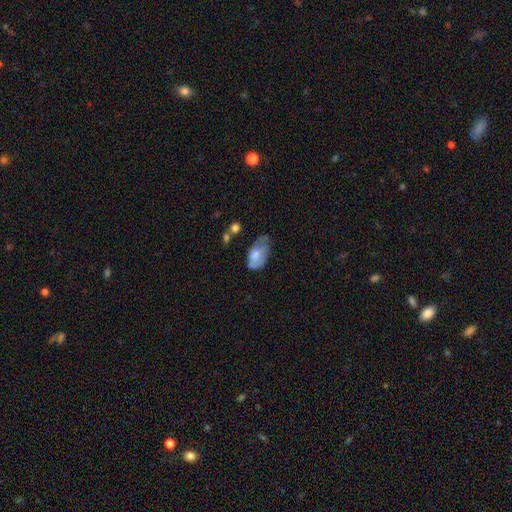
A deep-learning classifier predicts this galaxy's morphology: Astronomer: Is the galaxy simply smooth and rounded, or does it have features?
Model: smooth — 65%.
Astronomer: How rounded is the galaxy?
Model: in between — 93%.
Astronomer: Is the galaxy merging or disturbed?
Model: minor disturbance — 42% (runner-up: none, 32%).